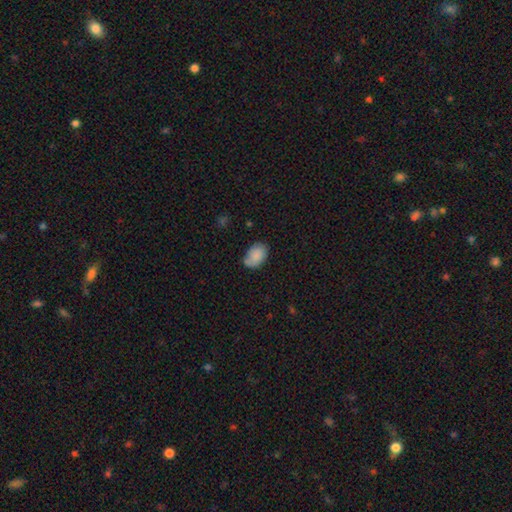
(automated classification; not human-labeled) This appears to be a smooth galaxy with no disk features (85%) that is in between round and cigar-shaped (86%). Merging: none (65%).